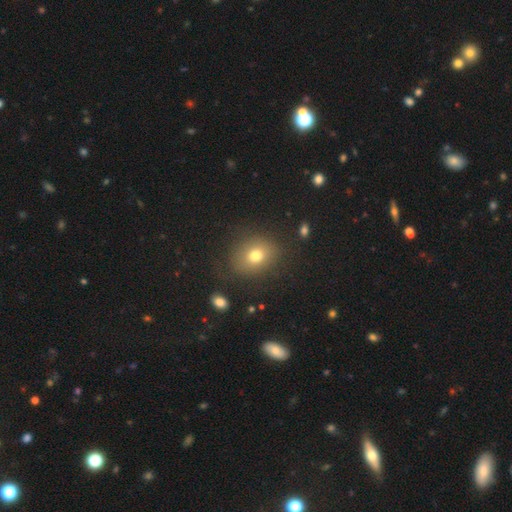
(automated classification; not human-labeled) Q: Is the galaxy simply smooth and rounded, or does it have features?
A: smooth — 74%.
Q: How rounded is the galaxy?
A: round — 56%.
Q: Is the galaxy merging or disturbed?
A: none — 81%.